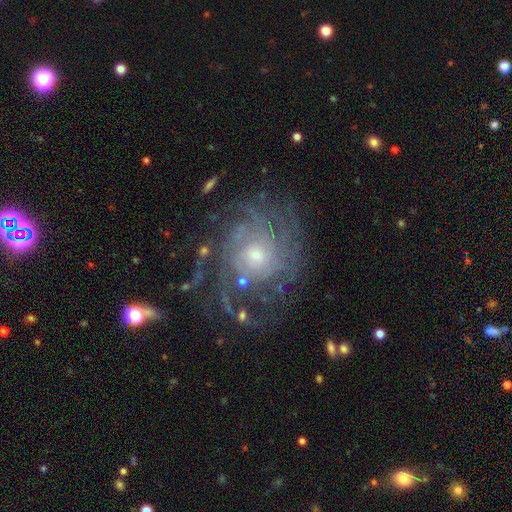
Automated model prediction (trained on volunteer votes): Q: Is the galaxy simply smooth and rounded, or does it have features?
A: featured or disk — 84%.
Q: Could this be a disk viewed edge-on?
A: no — 97%.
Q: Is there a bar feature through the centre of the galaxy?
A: no — 79%.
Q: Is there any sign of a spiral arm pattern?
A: yes — 93%.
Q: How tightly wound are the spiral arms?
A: tight — 62%.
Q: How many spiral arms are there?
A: can't tell — 36%.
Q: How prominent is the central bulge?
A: small — 55%.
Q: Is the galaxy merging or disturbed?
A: none — 66%.